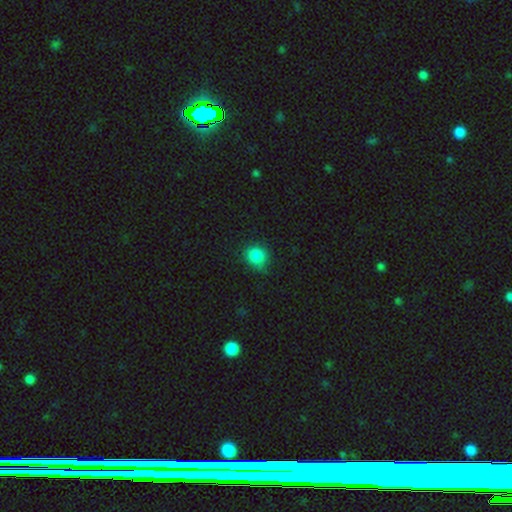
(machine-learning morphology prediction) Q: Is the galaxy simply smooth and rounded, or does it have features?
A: smooth — 85%.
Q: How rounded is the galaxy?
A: round — 85%.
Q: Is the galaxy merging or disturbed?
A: none — 78%.